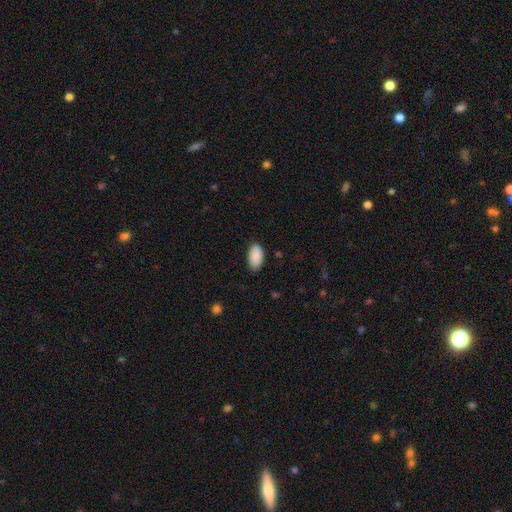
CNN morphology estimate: smooth_or_featured: smooth (p=0.91) [alt: star or artifact p=0.06]
how_rounded: in between (p=0.95) [alt: round p=0.03]
merging: none (p=0.84) [alt: minor disturbance p=0.12]